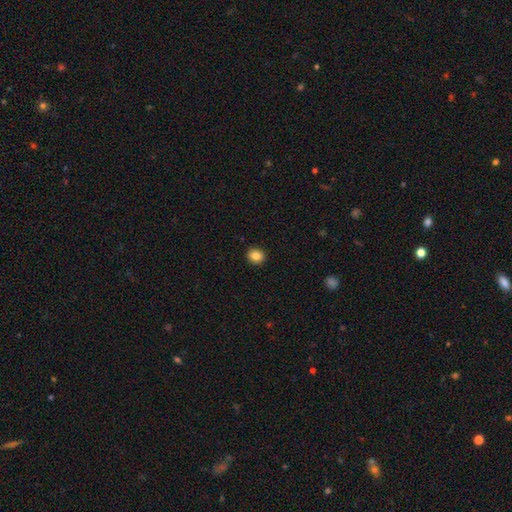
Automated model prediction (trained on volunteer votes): Morphology: type=smooth (85%); roundness=round (83%); merging=none (92%).